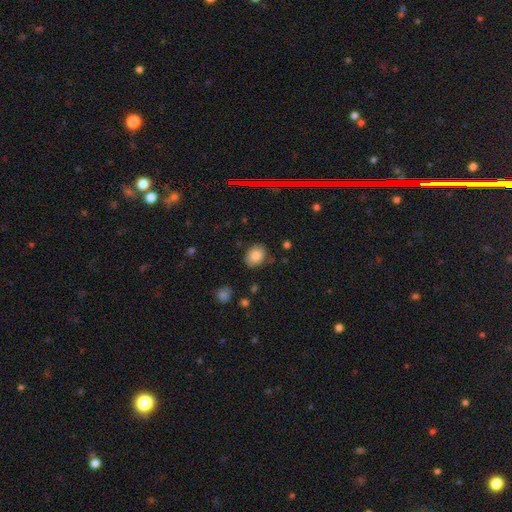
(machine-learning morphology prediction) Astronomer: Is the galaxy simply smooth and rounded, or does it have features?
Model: smooth — 83%.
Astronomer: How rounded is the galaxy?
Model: in between — 58% (runner-up: round, 41%).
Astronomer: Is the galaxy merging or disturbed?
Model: none — 77%.